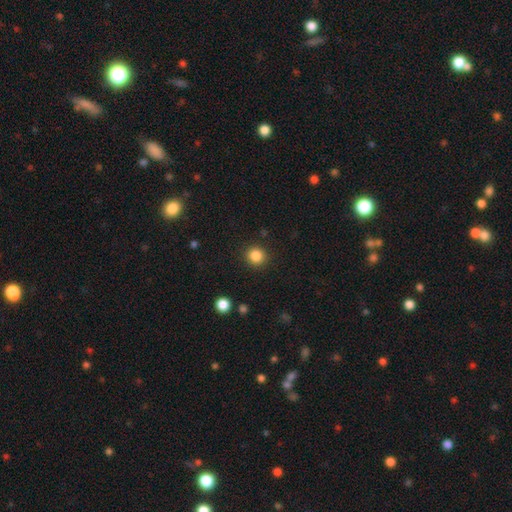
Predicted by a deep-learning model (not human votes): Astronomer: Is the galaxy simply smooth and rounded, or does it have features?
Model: smooth — 85%.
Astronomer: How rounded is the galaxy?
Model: round — 92%.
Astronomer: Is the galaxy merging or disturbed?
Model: none — 91%.